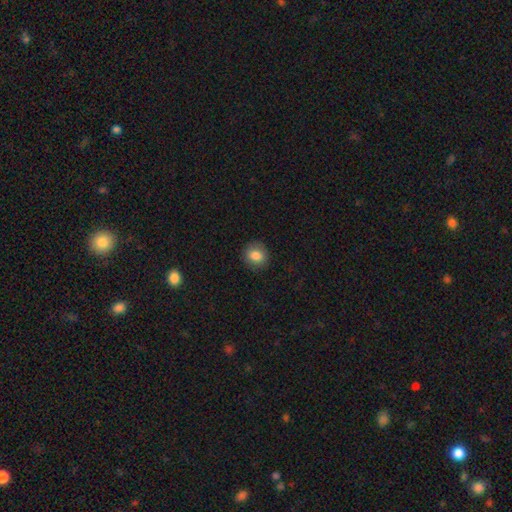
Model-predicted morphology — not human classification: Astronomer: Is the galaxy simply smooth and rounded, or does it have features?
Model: smooth — 84%.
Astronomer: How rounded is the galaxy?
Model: round — 82%.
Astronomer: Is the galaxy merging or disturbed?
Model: none — 87%.